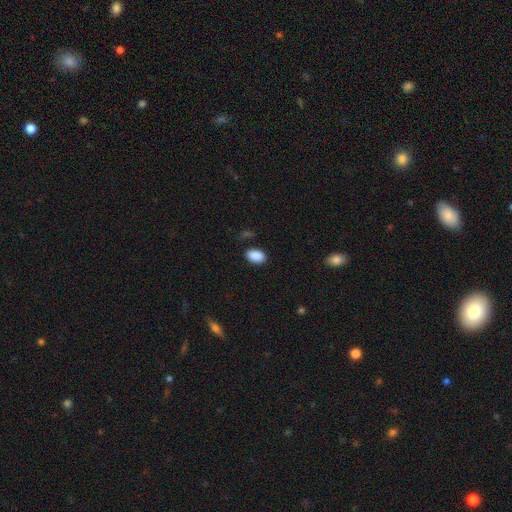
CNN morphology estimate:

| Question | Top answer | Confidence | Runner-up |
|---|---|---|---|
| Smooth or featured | smooth | 89% | star or artifact (8%) |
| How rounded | in between | 90% | round (8%) |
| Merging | none | 84% | minor disturbance (11%) |